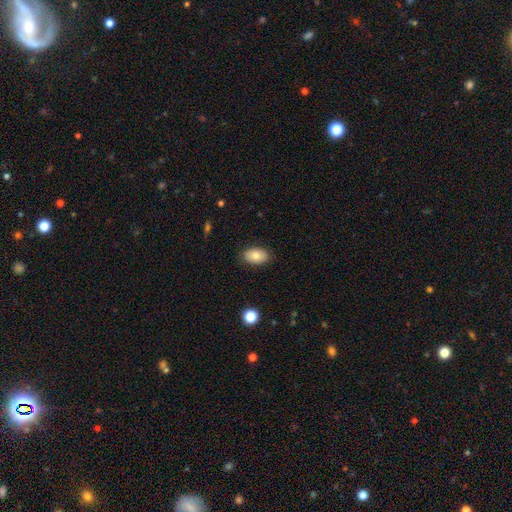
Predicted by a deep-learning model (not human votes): This appears to be a smooth galaxy with no disk features (81%) that is in between round and cigar-shaped (91%). Merging: none (86%).